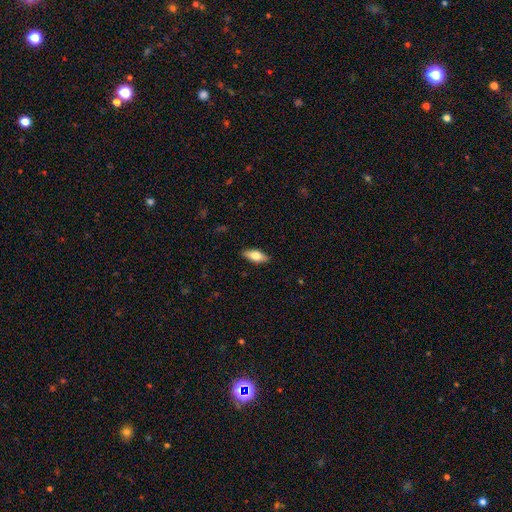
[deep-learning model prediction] Smooth or featured?
  - smooth: 69% *
  - featured or disk: 25%
  - star or artifact: 6%
How rounded?
  - in between: 78% *
  - cigar-shaped: 19%
  - round: 3%
Merging?
  - none: 89% *
  - minor disturbance: 8%
  - major disturbance: 2%
  - merger: 1%